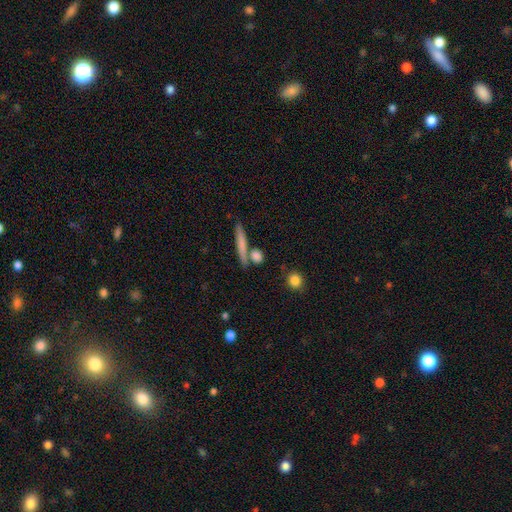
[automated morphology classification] type=smooth (76%); roundness=round (46%); merging=none (70%).